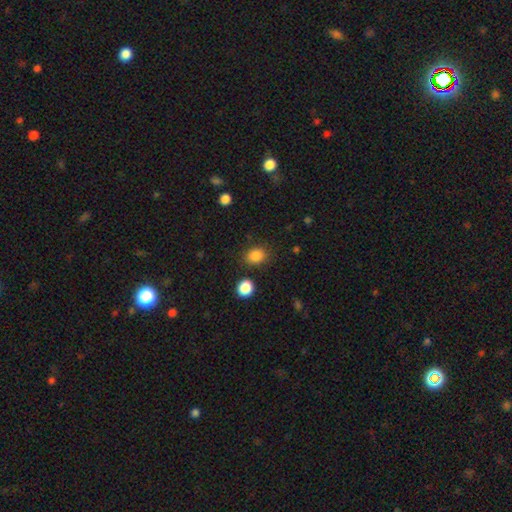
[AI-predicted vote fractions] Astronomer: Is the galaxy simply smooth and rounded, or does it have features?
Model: smooth — 85%.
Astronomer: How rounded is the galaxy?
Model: round — 50% (runner-up: in between, 49%).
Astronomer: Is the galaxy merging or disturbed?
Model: none — 80%.